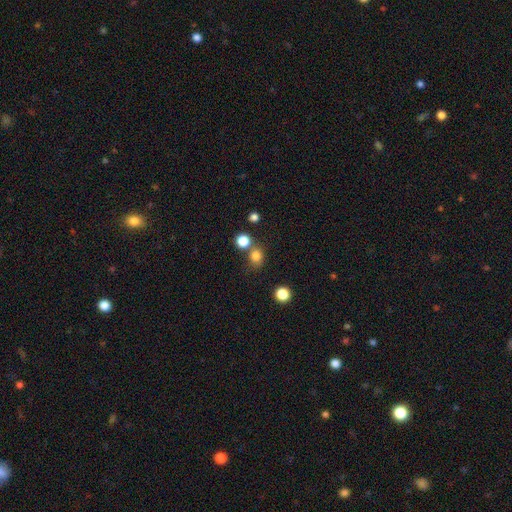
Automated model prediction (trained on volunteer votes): This appears to be a smooth galaxy with no disk features (79%) that is round (74%). Merging: none (64%).